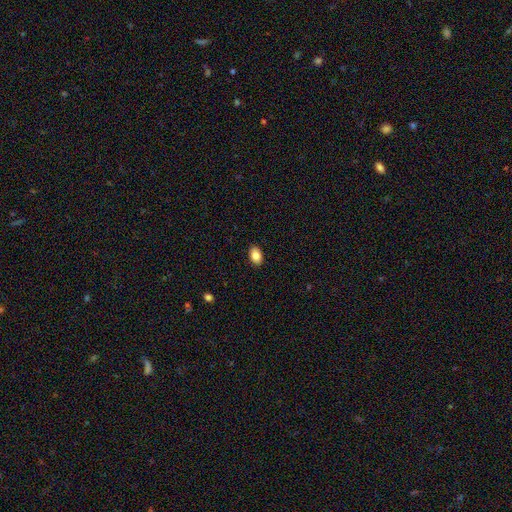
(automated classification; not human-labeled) Morphology: type=smooth (85%); roundness=in between (88%); merging=none (90%).